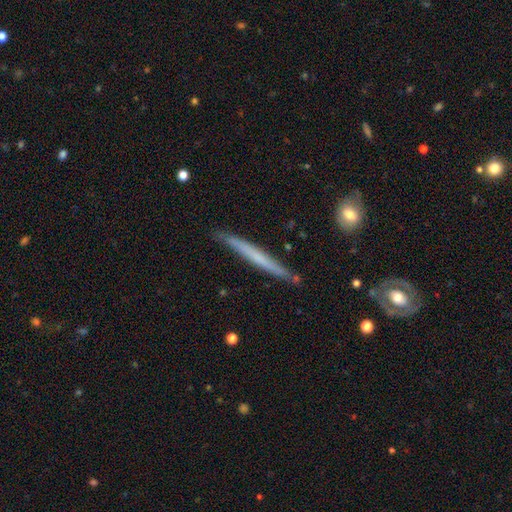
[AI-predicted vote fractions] smooth-or-featured: featured or disk: 49% | smooth: 45% | star or artifact: 6%
  merging: none: 85% | minor disturbance: 11% | major disturbance: 2% | merger: 2%